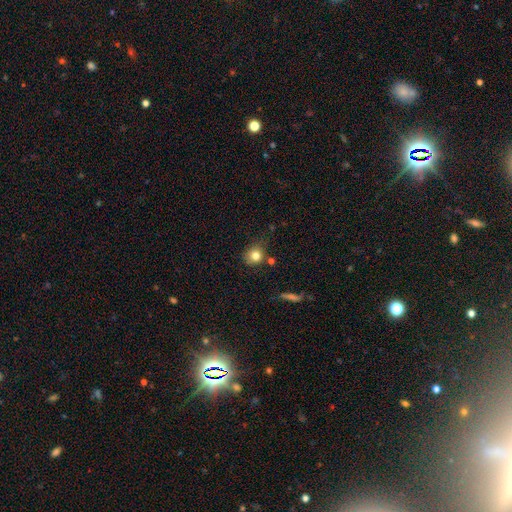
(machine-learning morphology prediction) A smooth galaxy with no disk features (80%) that is round (80%).

Vote fractions:
- Smooth or featured? smooth: 80% / star or artifact: 11% / featured or disk: 9%
- How rounded? round: 80% / in between: 19% / cigar-shaped: 1%
- Merging? none: 66% / minor disturbance: 21% / merger: 8% / major disturbance: 6%